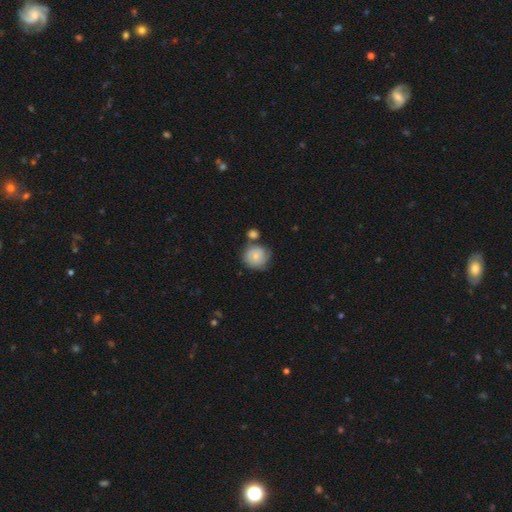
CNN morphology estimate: Smooth or featured?
  - smooth: 69% *
  - featured or disk: 24%
  - star or artifact: 7%
How rounded?
  - round: 87% *
  - in between: 12%
  - cigar-shaped: 1%
Merging?
  - none: 56% *
  - minor disturbance: 19%
  - merger: 19%
  - major disturbance: 7%